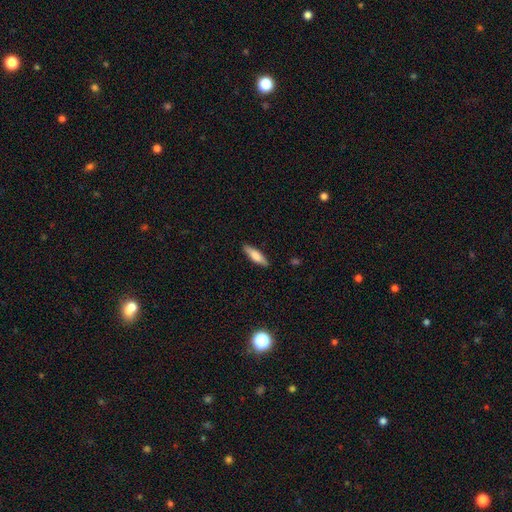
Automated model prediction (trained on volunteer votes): Morphology: type=smooth (72%); roundness=cigar-shaped (64%); merging=none (87%).